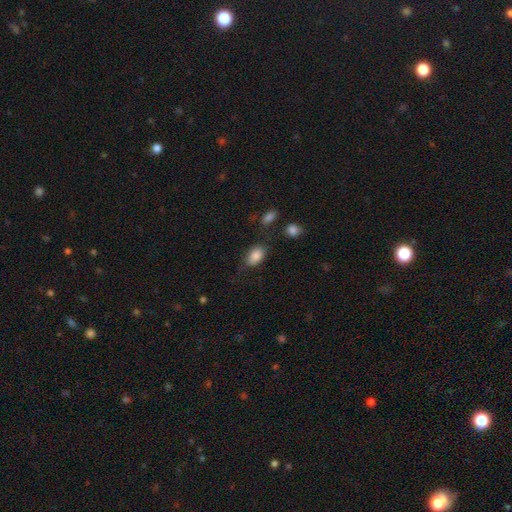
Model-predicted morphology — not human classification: Smooth or featured? Predicted: smooth (p=0.85). How rounded? Predicted: in between (p=0.89). Merging? Predicted: none (p=0.63).